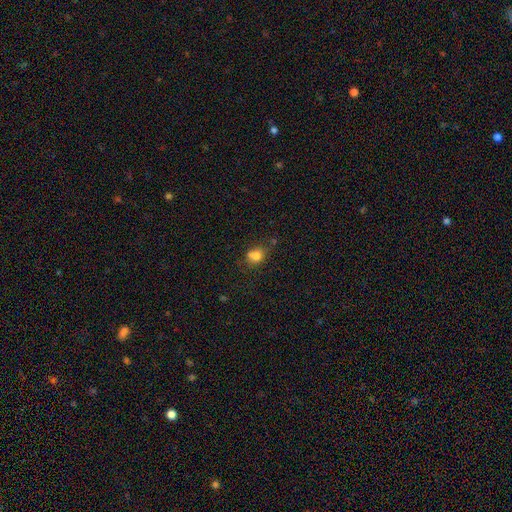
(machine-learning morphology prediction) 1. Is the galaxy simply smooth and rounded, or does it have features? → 77% smooth, 13% star or artifact, 10% featured or disk.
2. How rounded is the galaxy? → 54% round, 44% in between, 1% cigar-shaped.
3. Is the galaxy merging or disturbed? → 50% none, 22% minor disturbance, 19% merger, 9% major disturbance.